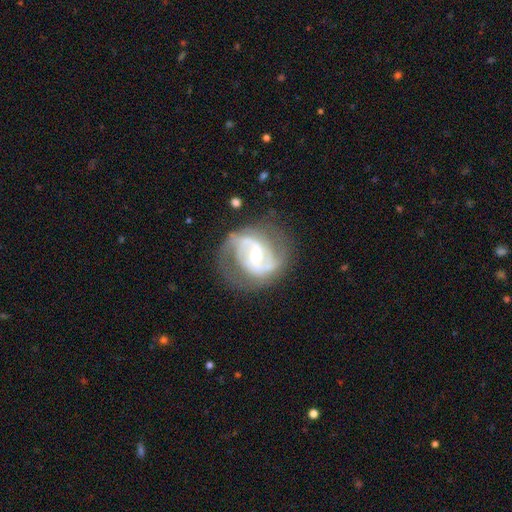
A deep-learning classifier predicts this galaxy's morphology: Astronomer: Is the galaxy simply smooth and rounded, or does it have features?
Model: featured or disk — 86%.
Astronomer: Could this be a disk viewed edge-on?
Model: no — 97%.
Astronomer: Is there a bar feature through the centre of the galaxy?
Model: no — 40% (runner-up: weak, 39%).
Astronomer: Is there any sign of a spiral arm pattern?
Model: yes — 94%.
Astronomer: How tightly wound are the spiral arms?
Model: medium — 49% (runner-up: tight, 27%).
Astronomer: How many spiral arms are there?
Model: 2 — 77%.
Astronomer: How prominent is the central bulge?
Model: moderate — 48%, tied with small at 48%.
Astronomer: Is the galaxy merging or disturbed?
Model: none — 67%.